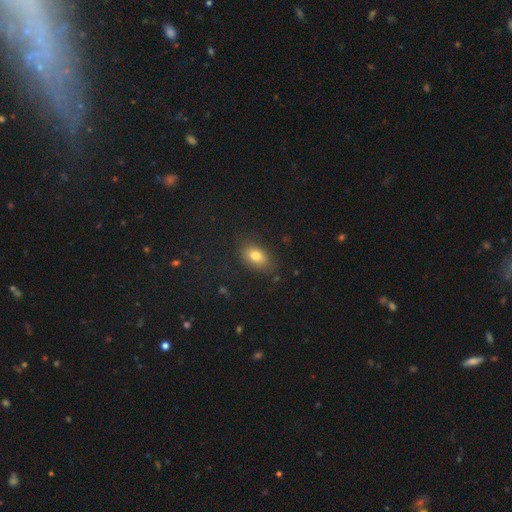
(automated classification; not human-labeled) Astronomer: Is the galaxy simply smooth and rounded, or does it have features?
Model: smooth — 80%.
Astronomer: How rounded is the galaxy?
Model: in between — 80%.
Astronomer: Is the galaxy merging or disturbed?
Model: none — 78%.